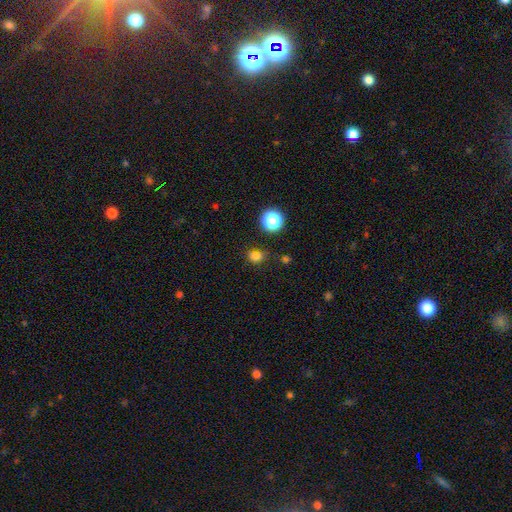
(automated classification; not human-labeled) Smooth or featured?
  - smooth: 77% *
  - star or artifact: 18%
  - featured or disk: 4%
How rounded?
  - round: 61% *
  - in between: 38%
  - cigar-shaped: 1%
Merging?
  - none: 78% *
  - minor disturbance: 14%
  - merger: 4%
  - major disturbance: 4%